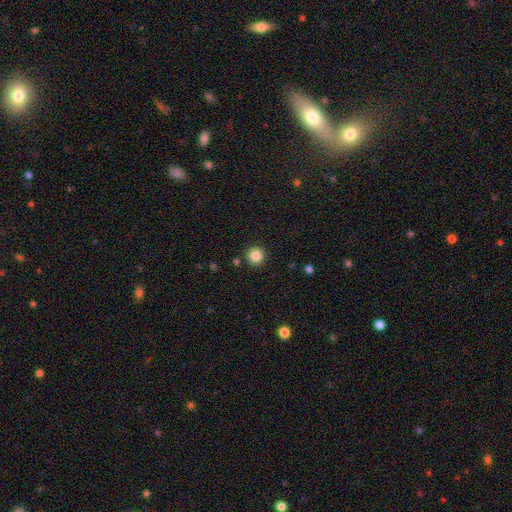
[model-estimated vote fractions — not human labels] smooth_or_featured: smooth (p=0.85) [alt: star or artifact p=0.11]
how_rounded: round (p=0.95) [alt: in between p=0.04]
merging: none (p=0.90) [alt: minor disturbance p=0.05]